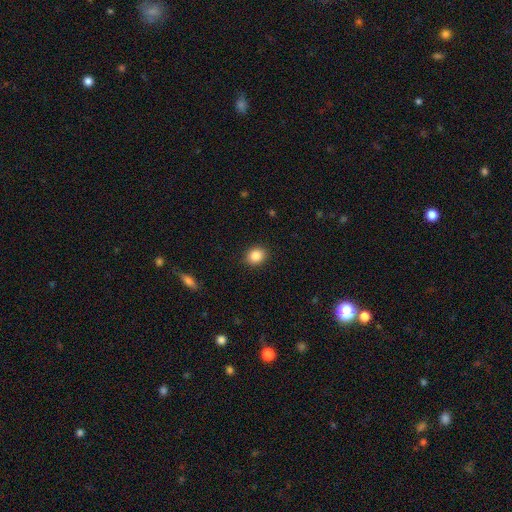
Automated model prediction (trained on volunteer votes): Smooth or featured? smooth (86%)
How rounded? round (53%)
Merging? none (90%)